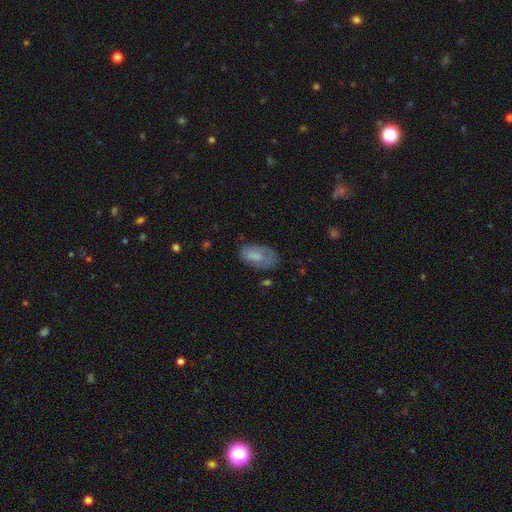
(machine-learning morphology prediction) Overall: smooth (71%). How rounded: in between (93%). Merging: none (59%; minor disturbance 28%).